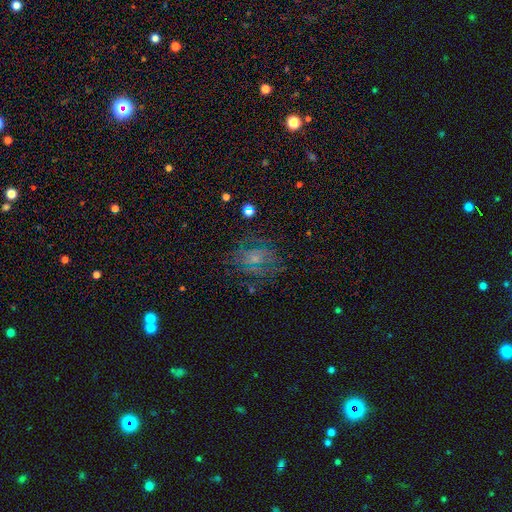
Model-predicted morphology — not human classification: Overall: featured or disk (46%; star or artifact 28%). Merging: none (75%).